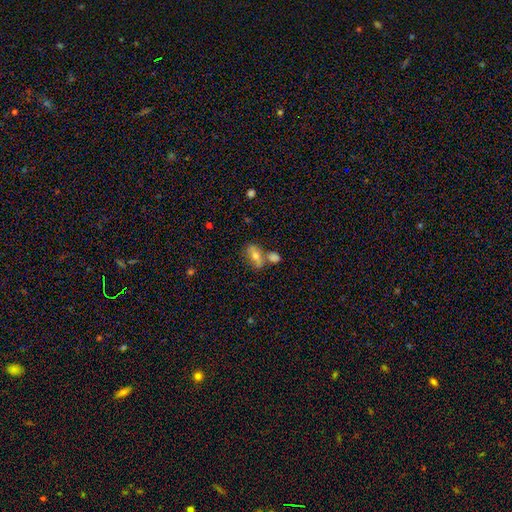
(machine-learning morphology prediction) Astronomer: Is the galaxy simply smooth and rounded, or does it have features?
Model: smooth — 54% (runner-up: featured or disk, 34%).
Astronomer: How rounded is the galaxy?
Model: in between — 76%.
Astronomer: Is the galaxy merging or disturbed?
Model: none — 53%.